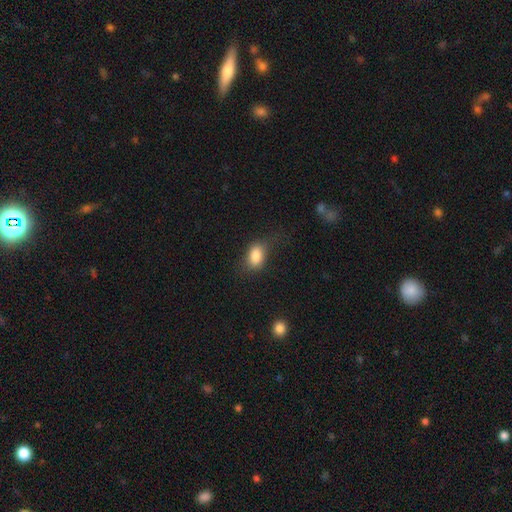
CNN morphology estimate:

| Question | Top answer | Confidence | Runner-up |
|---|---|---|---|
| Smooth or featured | smooth | 84% | star or artifact (9%) |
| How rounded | in between | 80% | round (18%) |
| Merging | none | 60% | minor disturbance (25%) |